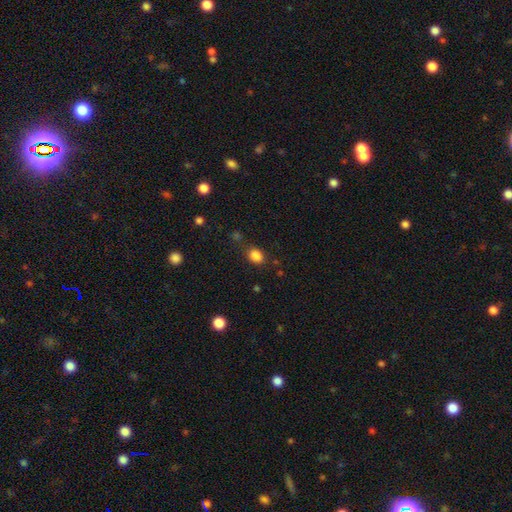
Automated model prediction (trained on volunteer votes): Q: Smooth or featured?
A: smooth (85%); runner-up: star or artifact (12%)
Q: How rounded?
A: in between (60%); runner-up: round (39%)
Q: Merging?
A: none (77%); runner-up: minor disturbance (14%)